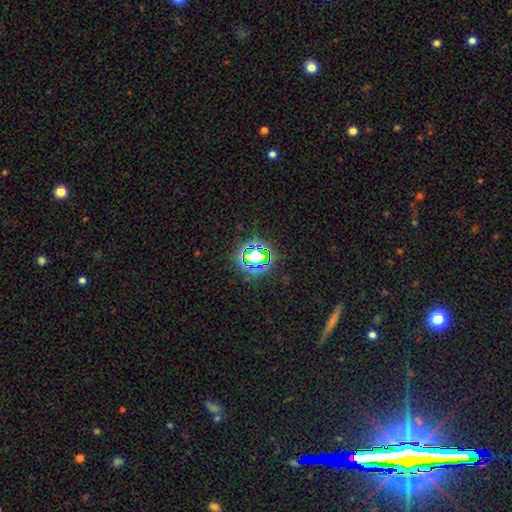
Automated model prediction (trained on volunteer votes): Overall: star or artifact (66%).